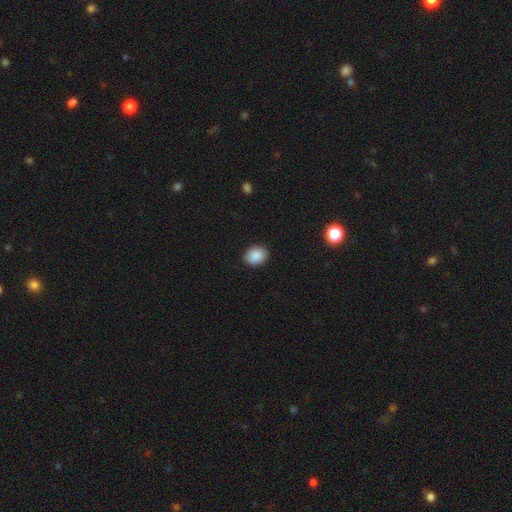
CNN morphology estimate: The model was most divided on "how rounded": in between: 57%, round: 42%, cigar-shaped: 1%. More confident: merging — none (89%); smooth or featured — smooth (89%).